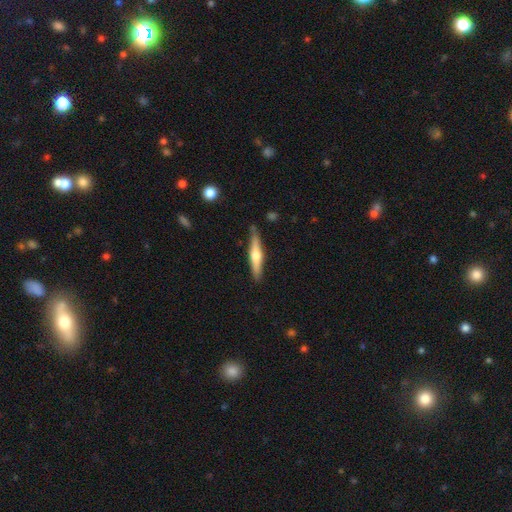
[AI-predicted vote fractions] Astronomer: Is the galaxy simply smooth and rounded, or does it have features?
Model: featured or disk — 56% (runner-up: smooth, 38%).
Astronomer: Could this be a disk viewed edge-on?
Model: yes — 96%.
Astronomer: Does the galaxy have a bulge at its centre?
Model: rounded — 89%.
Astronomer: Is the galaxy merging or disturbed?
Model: none — 84%.